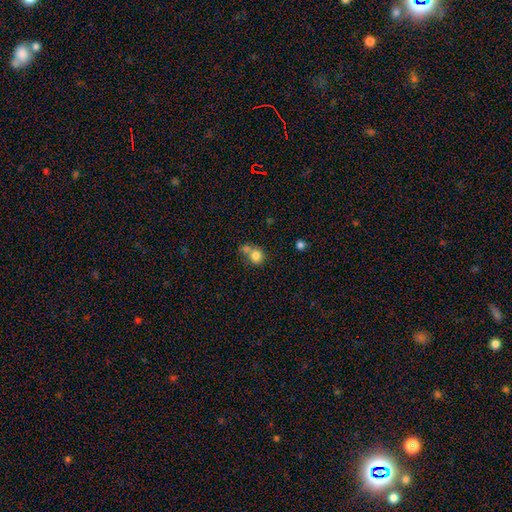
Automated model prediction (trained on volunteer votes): A smooth galaxy with no disk features (80%) that is round (81%). Merging: none (43%).